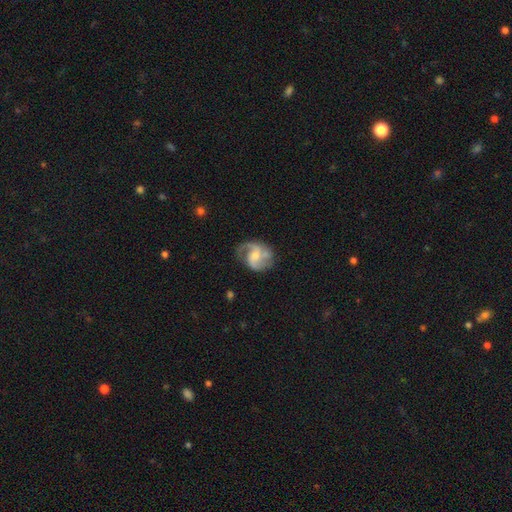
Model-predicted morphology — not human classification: Overall: featured or disk (83%). Edge-on disk: no (98%). Bar: no (47%; weak 42%). Spiral arms: yes (95%). Spiral arm count: 2 (70%). Spiral winding: medium (51%; loose 32%). Bulge size: small (46%; moderate 45%). Merging: none (61%; minor disturbance 22%).